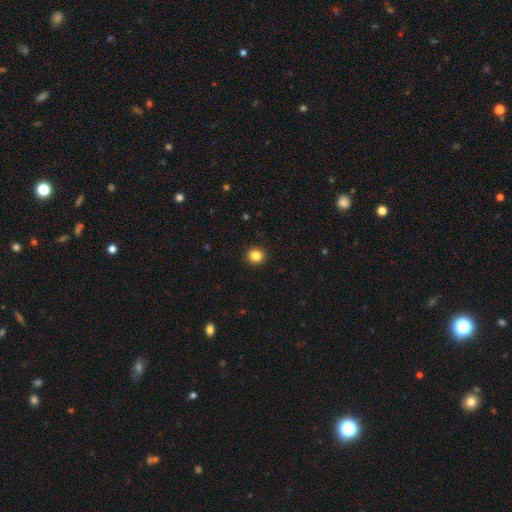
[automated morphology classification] Smooth or featured? smooth (85%)
How rounded? round (93%)
Merging? none (93%)